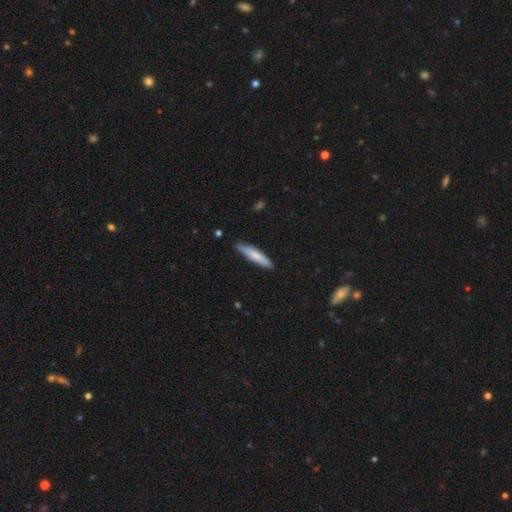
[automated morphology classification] smooth-or-featured: smooth: 75% | featured or disk: 19% | star or artifact: 5%
  how-rounded: cigar-shaped: 86% | in between: 13% | round: 1%
  merging: none: 84% | minor disturbance: 13% | major disturbance: 2% | merger: 1%